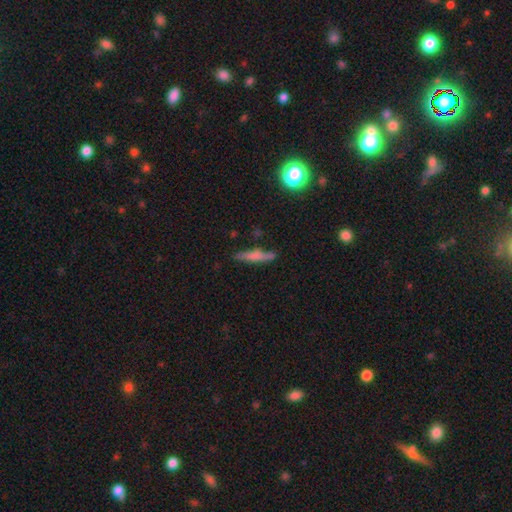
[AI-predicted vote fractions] Q: Smooth or featured?
A: smooth (61%); runner-up: featured or disk (30%)
Q: How rounded?
A: cigar-shaped (88%); runner-up: in between (10%)
Q: Merging?
A: none (73%); runner-up: minor disturbance (18%)